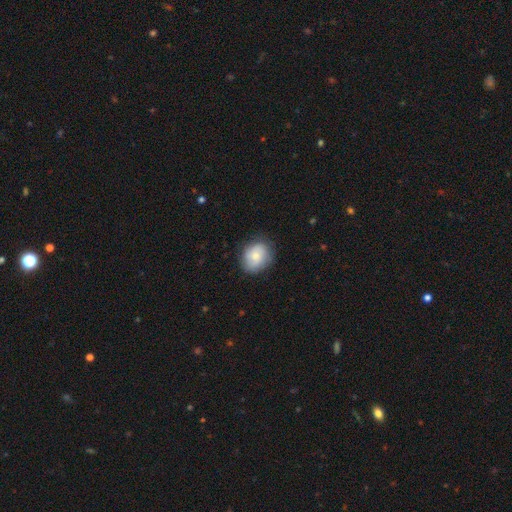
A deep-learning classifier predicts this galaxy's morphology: The model was most divided on "how rounded": round: 55%, in between: 44%, cigar-shaped: 1%. More confident: merging — none (79%); smooth or featured — smooth (75%).